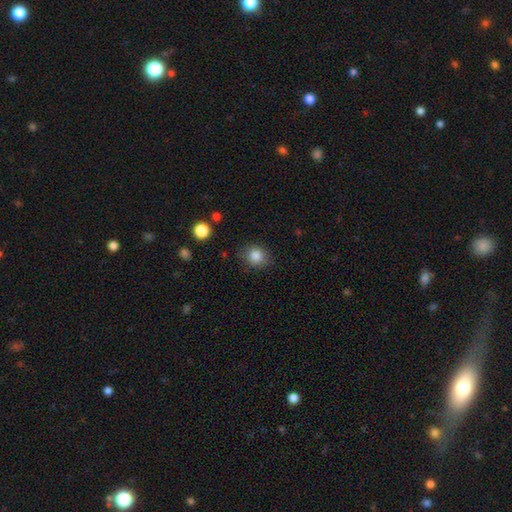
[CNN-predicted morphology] smooth-or-featured: smooth: 84% | star or artifact: 10% | featured or disk: 5%
  how-rounded: round: 76% | in between: 23% | cigar-shaped: 1%
  merging: none: 82% | minor disturbance: 13% | major disturbance: 3% | merger: 1%